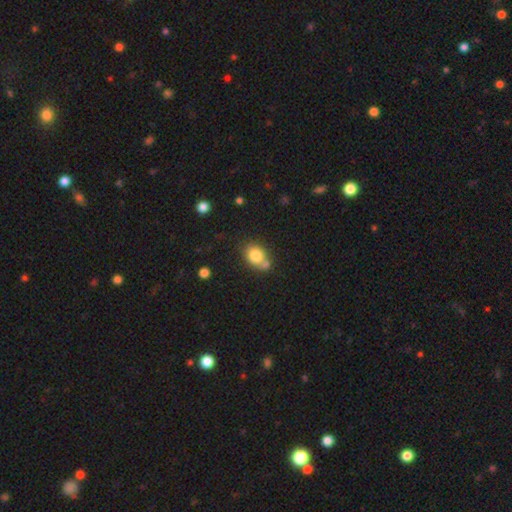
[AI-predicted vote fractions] smooth-or-featured: smooth: 80% | featured or disk: 10% | star or artifact: 10%
  how-rounded: round: 51% | in between: 48% | cigar-shaped: 1%
  merging: none: 54% | merger: 28% | minor disturbance: 14% | major disturbance: 4%